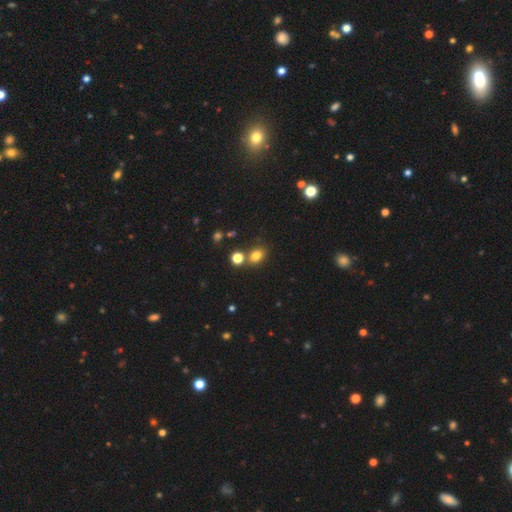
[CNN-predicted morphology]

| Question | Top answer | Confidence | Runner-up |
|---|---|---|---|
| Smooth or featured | smooth | 79% | star or artifact (15%) |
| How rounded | in between | 62% | round (36%) |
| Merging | none | 67% | merger (17%) |